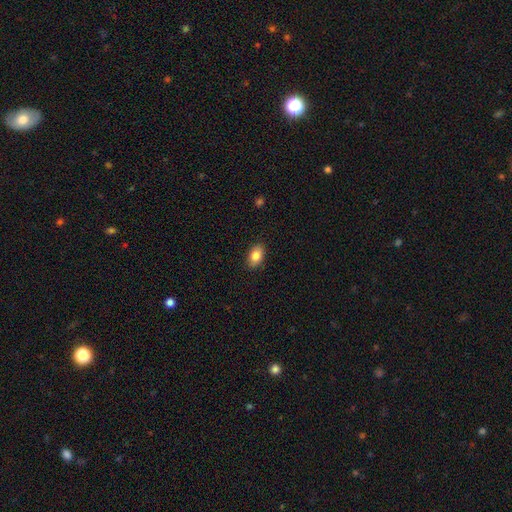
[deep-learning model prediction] Smooth or featured?
  - smooth: 85% *
  - featured or disk: 8%
  - star or artifact: 8%
How rounded?
  - in between: 89% *
  - round: 9%
  - cigar-shaped: 2%
Merging?
  - none: 88% *
  - minor disturbance: 9%
  - major disturbance: 2%
  - merger: 1%